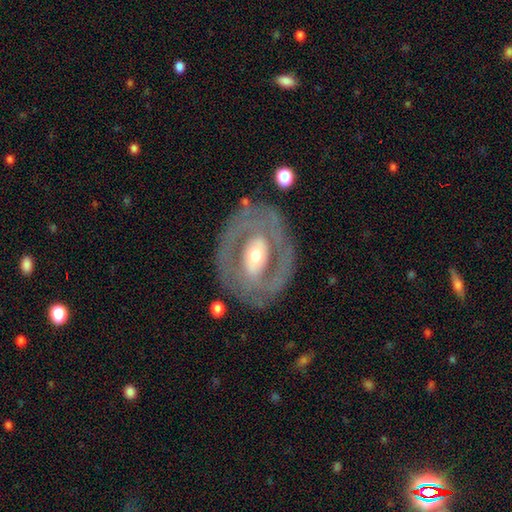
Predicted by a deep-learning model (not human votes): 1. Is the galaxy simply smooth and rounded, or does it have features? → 76% featured or disk, 19% smooth, 5% star or artifact.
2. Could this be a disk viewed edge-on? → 94% no, 6% yes.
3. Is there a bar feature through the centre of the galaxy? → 41% no, 32% weak, 28% strong.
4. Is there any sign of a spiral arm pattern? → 52% no, 48% yes.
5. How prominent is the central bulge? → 64% moderate, 20% small, 13% large, 2% dominant, 1% none.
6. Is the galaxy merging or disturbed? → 78% none, 13% minor disturbance, 7% major disturbance, 2% merger.